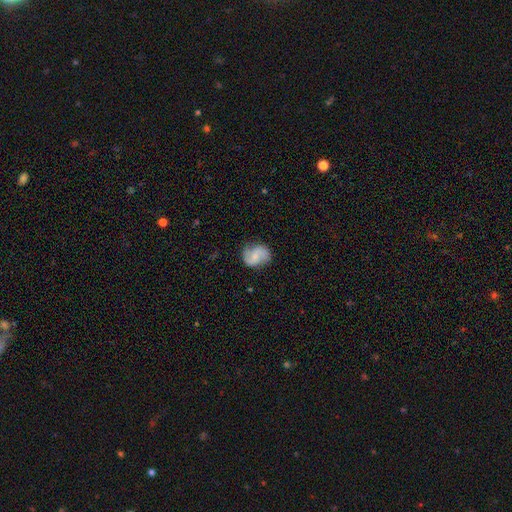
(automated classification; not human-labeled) Smooth or featured? Predicted: featured or disk (p=0.63). Edge-on disk? Predicted: no (p=0.98). Bar? Predicted: no (p=0.51). Spiral arms? Predicted: yes (p=0.93). Spiral winding? Predicted: medium (p=0.45). Spiral arm count? Predicted: 2 (p=0.90). Bulge size? Predicted: small (p=0.51). Merging? Predicted: none (p=0.74).